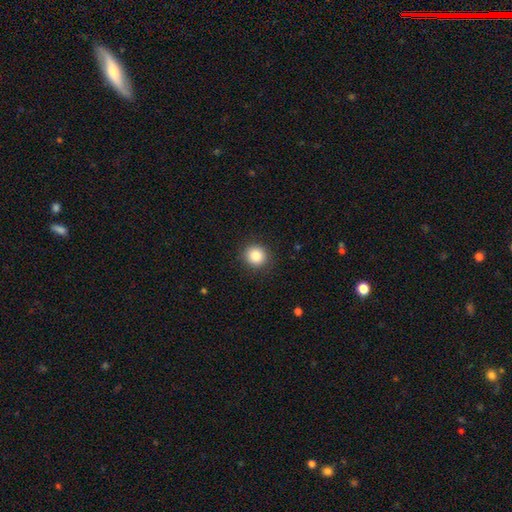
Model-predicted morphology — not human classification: type=smooth (85%); roundness=round (89%); merging=none (90%).